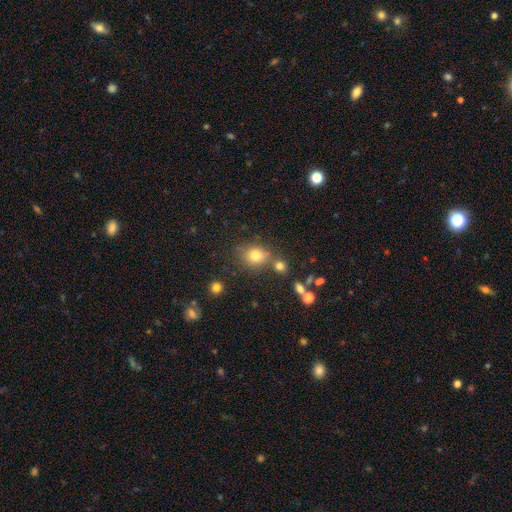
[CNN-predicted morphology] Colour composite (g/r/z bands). It shows a smooth galaxy with no disk features (77%) that is round (66%). Merging: none (64%).